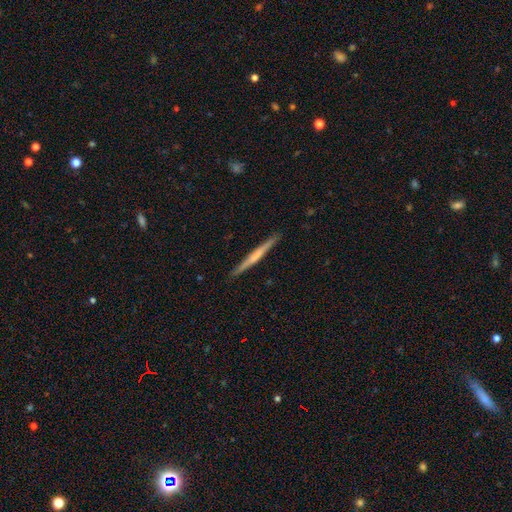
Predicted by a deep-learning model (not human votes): The model was most divided on "smooth or featured": featured or disk: 54%, smooth: 41%, star or artifact: 5%. More confident: edge-on disk — yes (98%); merging — none (91%); edge-on bulge — none (65%).